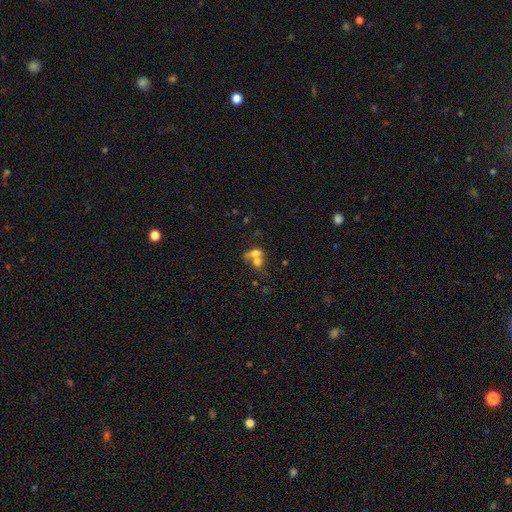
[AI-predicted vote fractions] Morphology: type=smooth (62%); roundness=in between (58%); merging=merger (69%).